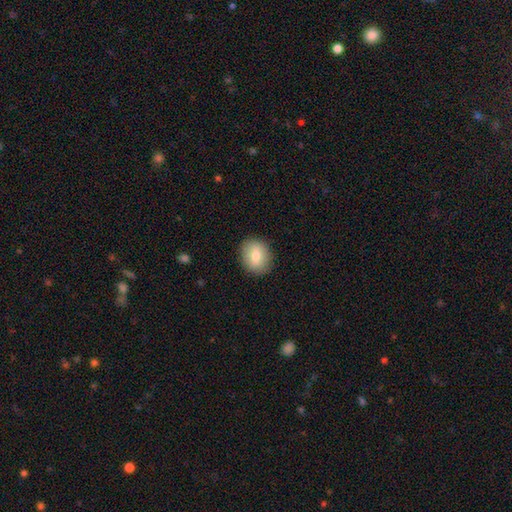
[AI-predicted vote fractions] This appears to be a smooth galaxy with no disk features (76%) that is round (60%). Merging: none (89%).